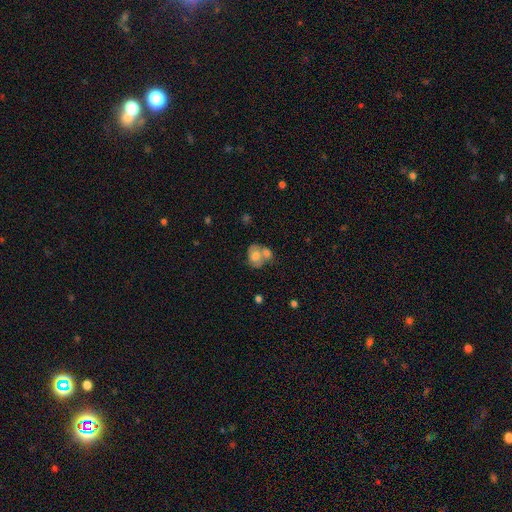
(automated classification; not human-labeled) smooth-or-featured: smooth: 62% | featured or disk: 30% | star or artifact: 8%
  how-rounded: in between: 53% | round: 46% | cigar-shaped: 1%
  merging: merger: 57% | none: 25% | minor disturbance: 12% | major disturbance: 6%